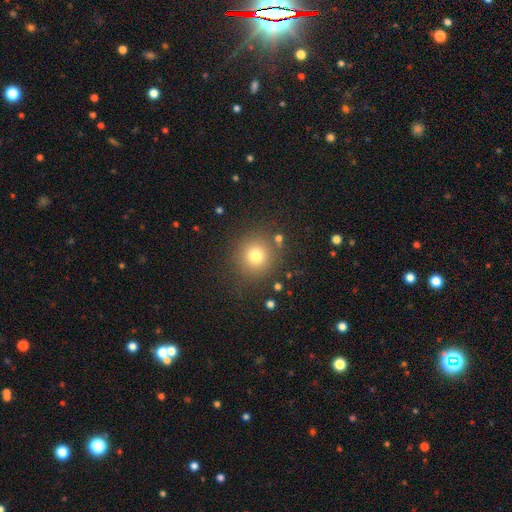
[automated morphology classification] Overall: smooth (76%). How rounded: round (92%). Merging: none (85%).